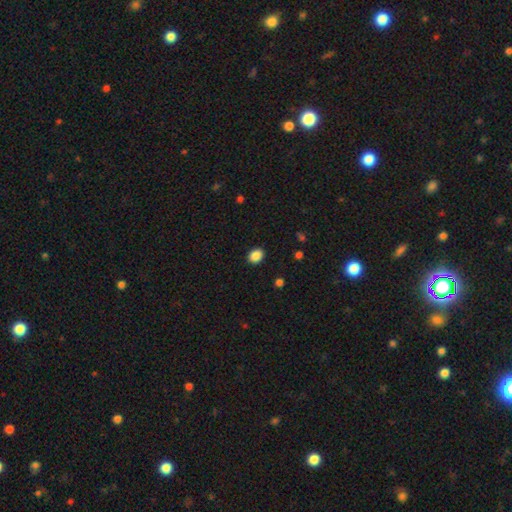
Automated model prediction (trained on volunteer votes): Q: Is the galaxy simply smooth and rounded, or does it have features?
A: smooth — 88%.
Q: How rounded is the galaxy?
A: in between — 56%.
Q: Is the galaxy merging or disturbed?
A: none — 90%.